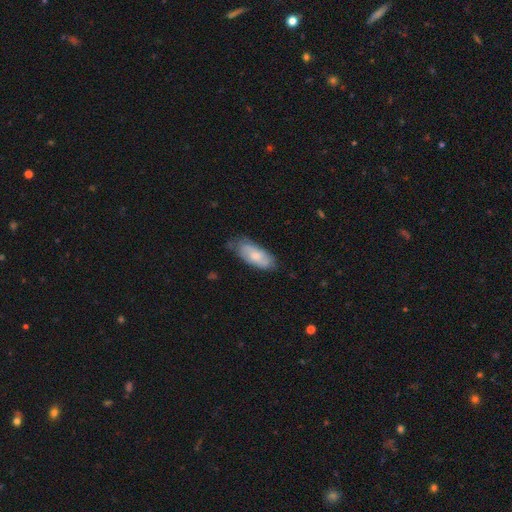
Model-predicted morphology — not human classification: This is possibly a smooth galaxy (59%). How rounded: clearly in between (82%). Merging: likely none (64%).